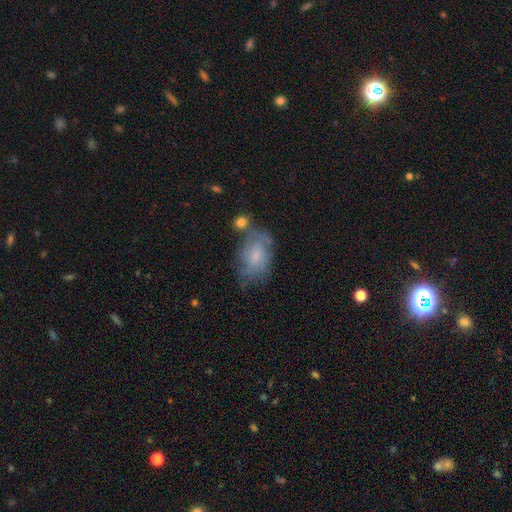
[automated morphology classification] Smooth or featured?
  - smooth: 53% *
  - featured or disk: 38%
  - star or artifact: 9%
How rounded?
  - in between: 86% *
  - round: 11%
  - cigar-shaped: 2%
Merging?
  - none: 48% *
  - minor disturbance: 28%
  - major disturbance: 15%
  - merger: 10%